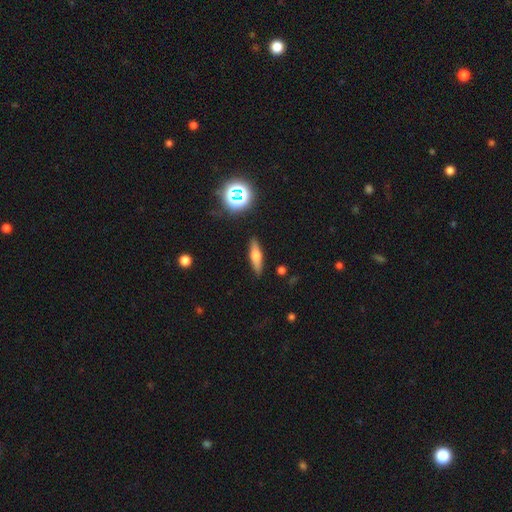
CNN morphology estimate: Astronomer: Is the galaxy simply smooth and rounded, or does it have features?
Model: smooth — 56% (runner-up: featured or disk, 34%).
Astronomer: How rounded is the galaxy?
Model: cigar-shaped — 64%.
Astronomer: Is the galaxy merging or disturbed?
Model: none — 88%.